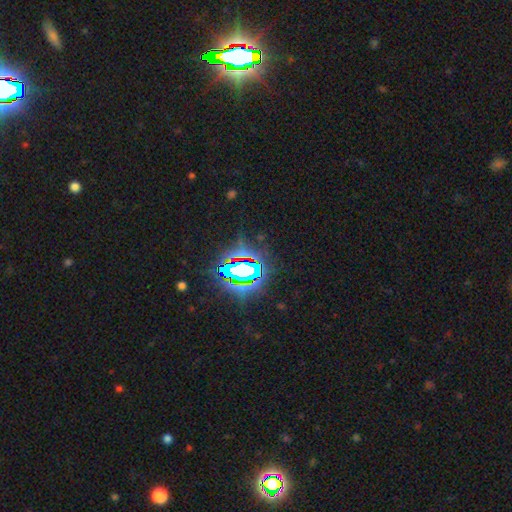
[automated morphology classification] type=star or artifact (83%).